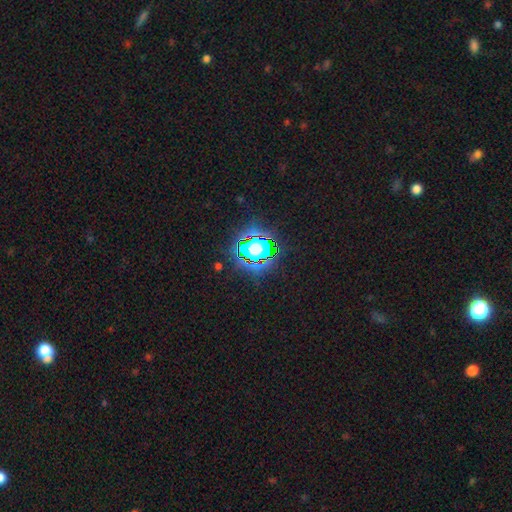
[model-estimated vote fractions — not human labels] A star or artifact, not a galaxy (79%).

Vote fractions:
- Smooth or featured? star or artifact: 79% / smooth: 13% / featured or disk: 8%